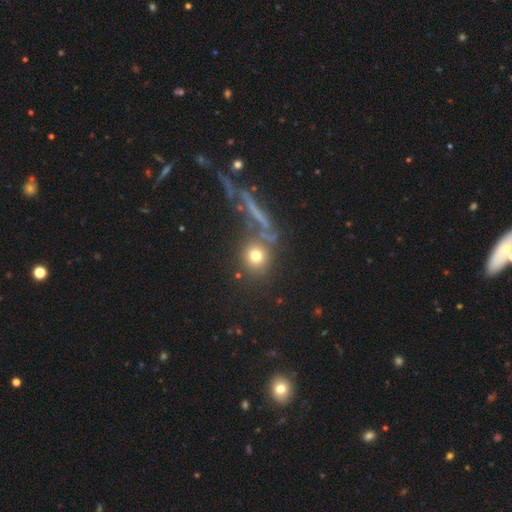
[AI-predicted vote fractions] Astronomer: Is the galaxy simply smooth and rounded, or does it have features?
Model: smooth — 73%.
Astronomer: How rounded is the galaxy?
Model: round — 89%.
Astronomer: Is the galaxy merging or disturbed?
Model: none — 73%.